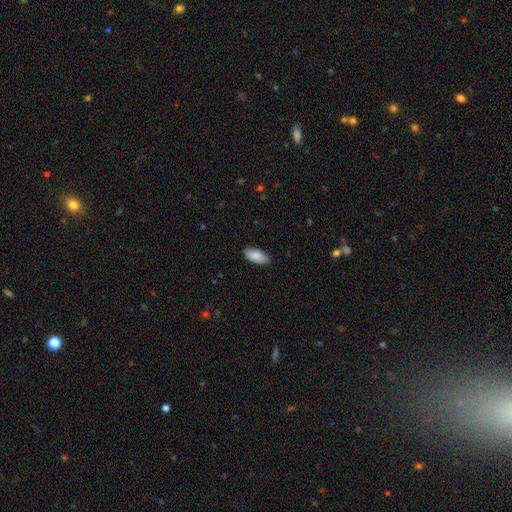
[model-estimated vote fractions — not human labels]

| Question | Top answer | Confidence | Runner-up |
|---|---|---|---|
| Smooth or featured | smooth | 88% | featured or disk (6%) |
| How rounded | in between | 88% | cigar-shaped (10%) |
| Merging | none | 86% | minor disturbance (11%) |